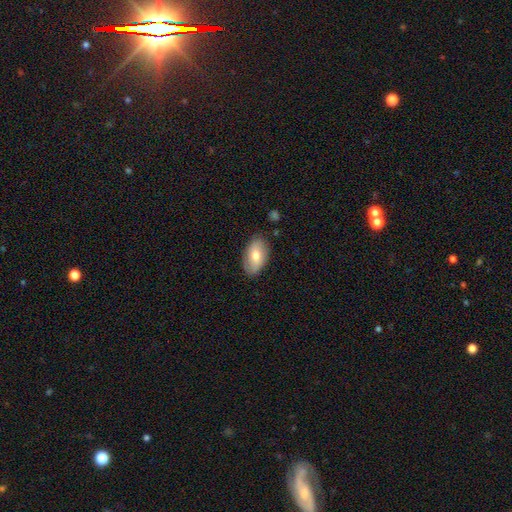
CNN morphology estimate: The model was most divided on "smooth or featured": smooth: 70%, featured or disk: 23%, star or artifact: 6%. More confident: how rounded — in between (94%); merging — none (81%).